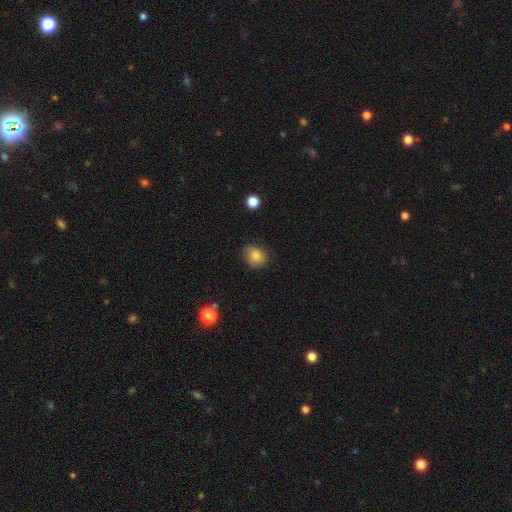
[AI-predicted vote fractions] The model was most divided on "how rounded": round: 65%, in between: 34%, cigar-shaped: 1%. More confident: smooth or featured — smooth (83%); merging — none (73%).